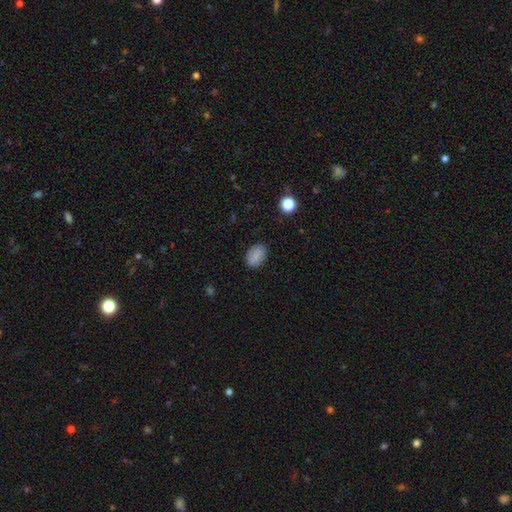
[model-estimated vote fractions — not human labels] This appears to be a smooth galaxy with no disk features (76%) that is in between round and cigar-shaped (80%). Merging: none (84%).